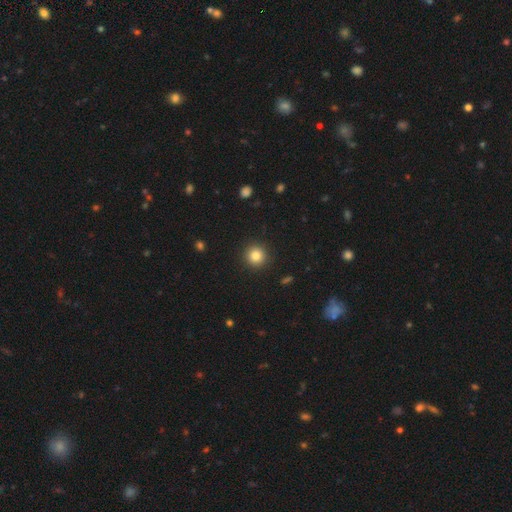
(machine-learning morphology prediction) The model was most divided on "smooth or featured": smooth: 83%, star or artifact: 11%, featured or disk: 6%. More confident: how rounded — round (95%); merging — none (92%).